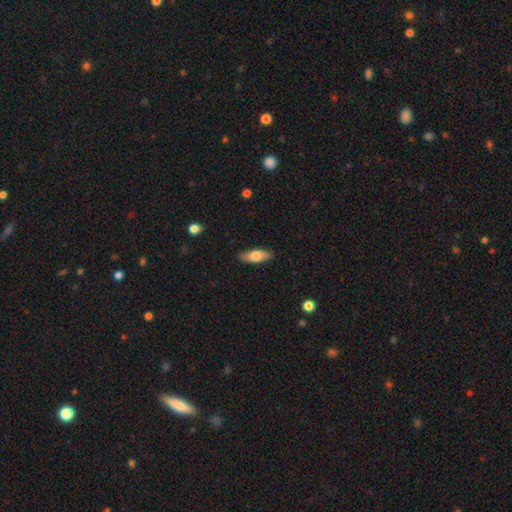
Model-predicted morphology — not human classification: This is likely a smooth galaxy (71%). How rounded: likely in between (72%). Merging: clearly none (88%).